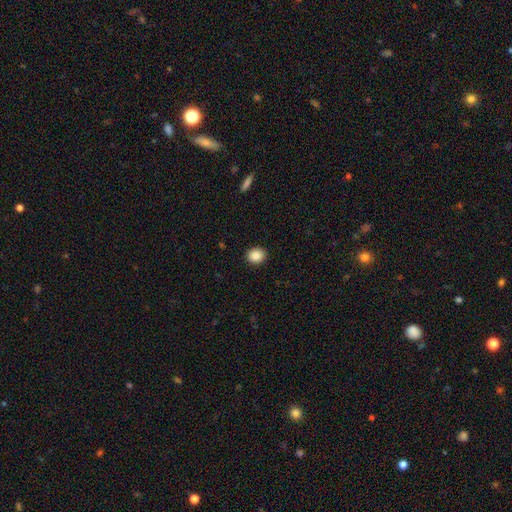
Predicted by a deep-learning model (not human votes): smooth-or-featured: smooth: 88% | star or artifact: 9% | featured or disk: 3%
  how-rounded: round: 66% | in between: 33% | cigar-shaped: 1%
  merging: none: 91% | minor disturbance: 6% | major disturbance: 2% | merger: 1%